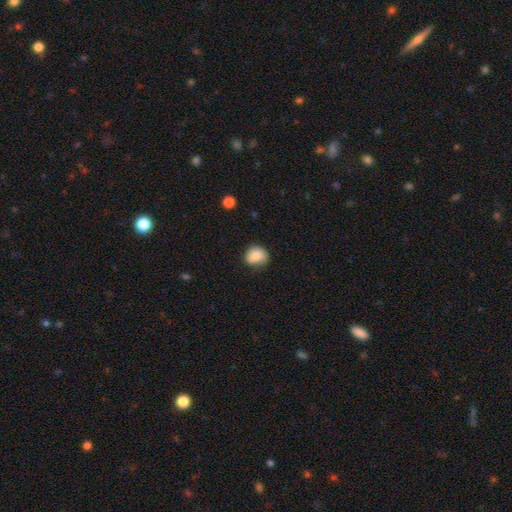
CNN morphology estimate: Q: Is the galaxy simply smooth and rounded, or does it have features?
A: smooth — 85%.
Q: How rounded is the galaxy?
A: round — 70%.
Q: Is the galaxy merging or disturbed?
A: none — 72%.